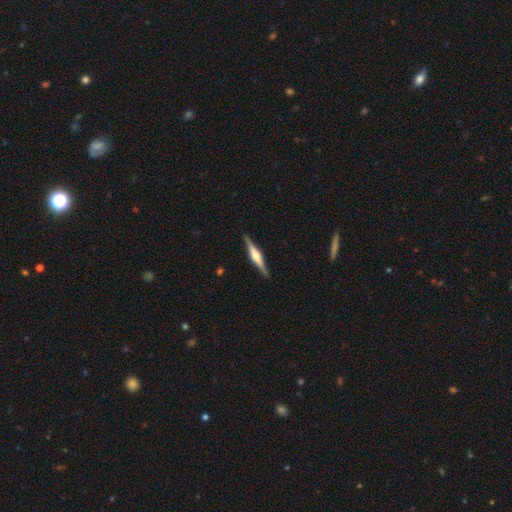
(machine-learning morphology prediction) This is likely a featured or disk galaxy (76%). It is clearly viewed edge-on (98%). Edge-on bulge: likely rounded (68%). Merging: clearly none (91%).